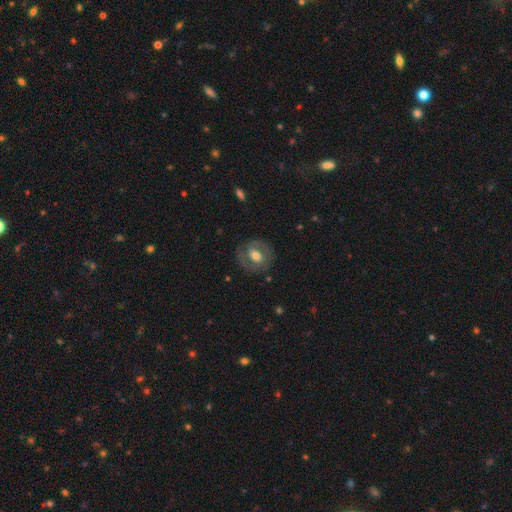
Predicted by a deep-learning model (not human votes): A featured or disk galaxy (49%). Merging: none (80%).